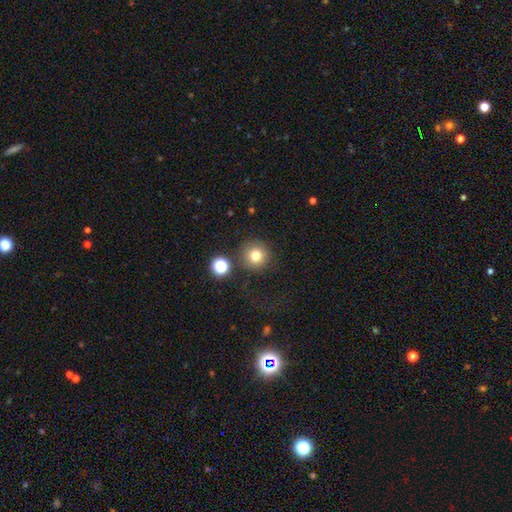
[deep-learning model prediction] Morphology: type=smooth (77%); roundness=round (95%); merging=none (82%).